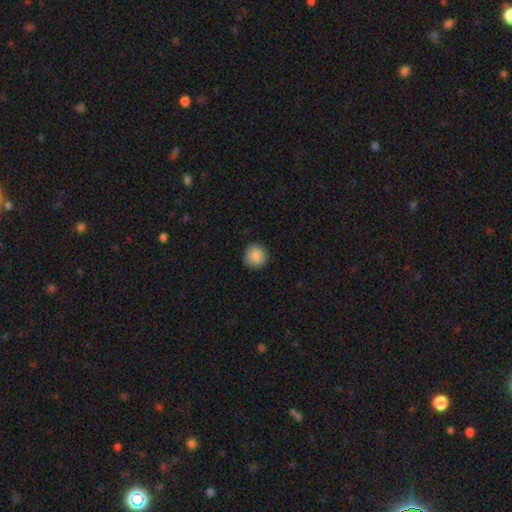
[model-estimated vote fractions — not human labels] A smooth galaxy with no disk features (88%) that is round (95%).

Vote fractions:
- Smooth or featured? smooth: 88% / star or artifact: 8% / featured or disk: 3%
- How rounded? round: 95% / in between: 4% / cigar-shaped: 1%
- Merging? none: 91% / minor disturbance: 7% / major disturbance: 2% / merger: 1%